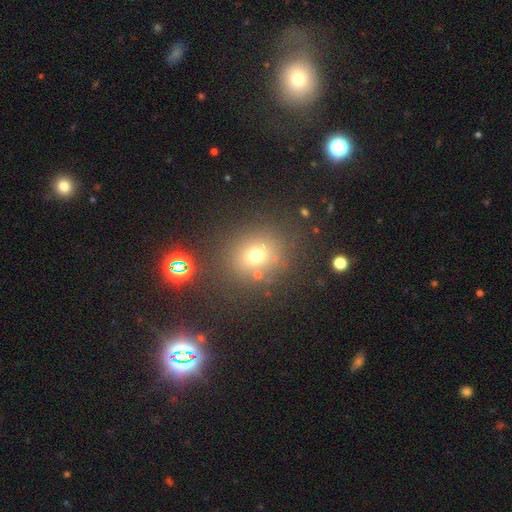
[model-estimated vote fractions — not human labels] This appears to be a smooth galaxy with no disk features (67%) that is round (75%). Merging: none (78%).